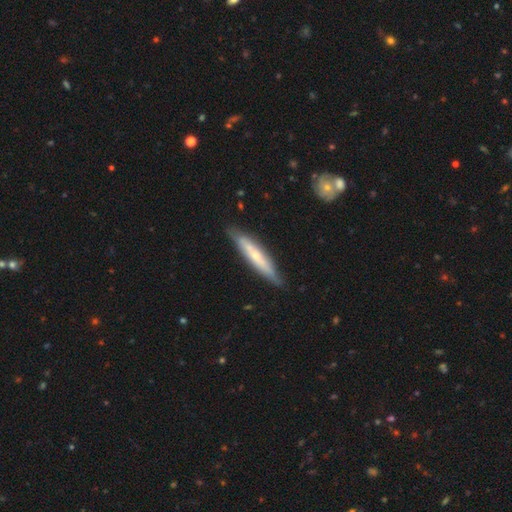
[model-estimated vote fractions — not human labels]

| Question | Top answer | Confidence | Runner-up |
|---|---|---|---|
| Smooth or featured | featured or disk | 51% | smooth (43%) |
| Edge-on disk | yes | 79% | no (21%) |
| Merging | none | 83% | minor disturbance (13%) |